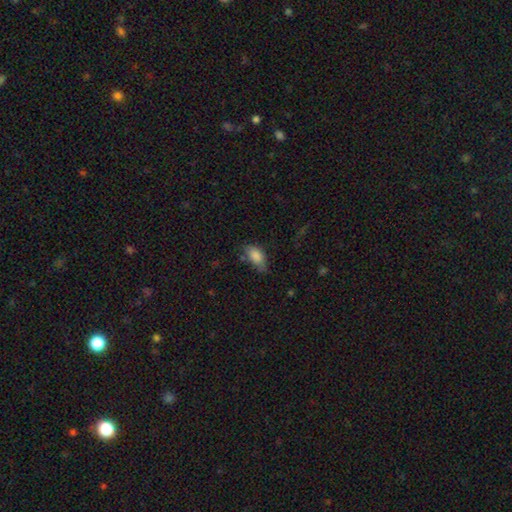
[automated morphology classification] type=smooth (84%); roundness=in between (90%); merging=none (55%).